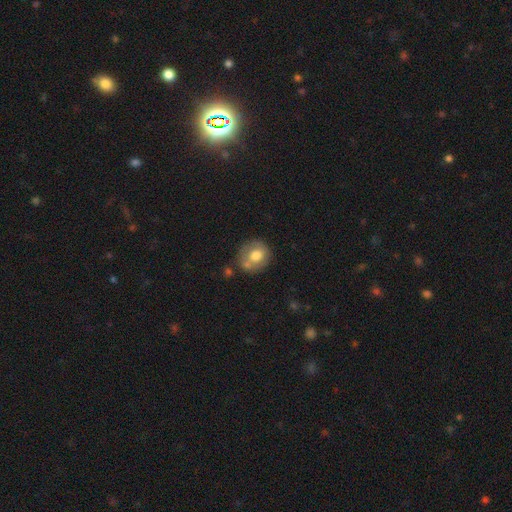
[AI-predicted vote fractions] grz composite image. It shows a smooth galaxy with no disk features (70%) that is round (81%). Merging: none (61%).